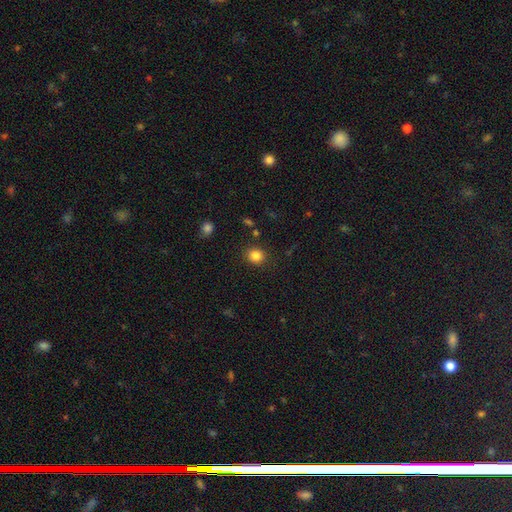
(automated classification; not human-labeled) Q: Smooth or featured?
A: smooth (84%); runner-up: star or artifact (11%)
Q: How rounded?
A: round (80%); runner-up: in between (19%)
Q: Merging?
A: none (88%); runner-up: minor disturbance (7%)